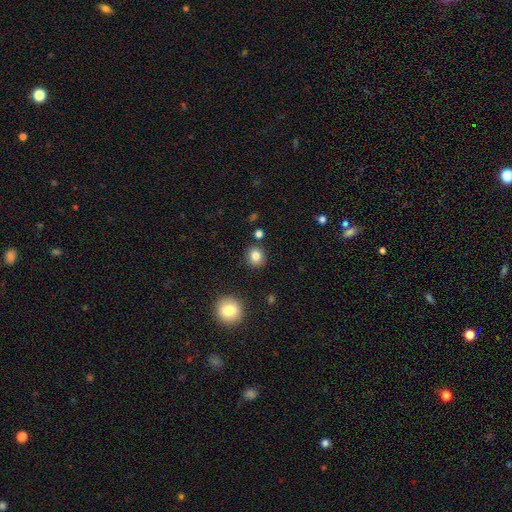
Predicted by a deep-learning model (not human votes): Smooth or featured? smooth (82%)
How rounded? round (84%)
Merging? none (86%)